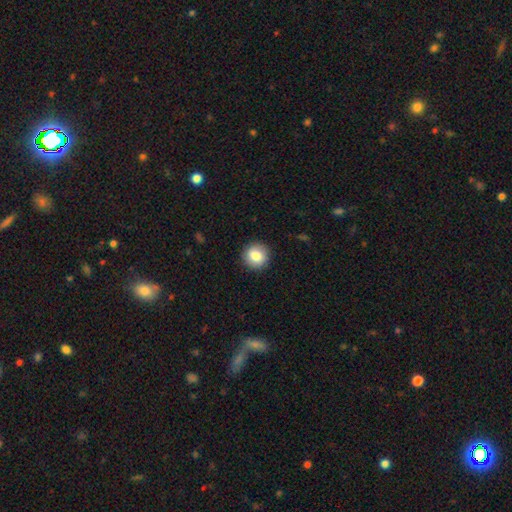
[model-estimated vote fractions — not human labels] Smooth or featured?
  - smooth: 83% *
  - featured or disk: 9%
  - star or artifact: 8%
How rounded?
  - round: 93% *
  - in between: 6%
  - cigar-shaped: 1%
Merging?
  - none: 91% *
  - minor disturbance: 6%
  - major disturbance: 2%
  - merger: 1%